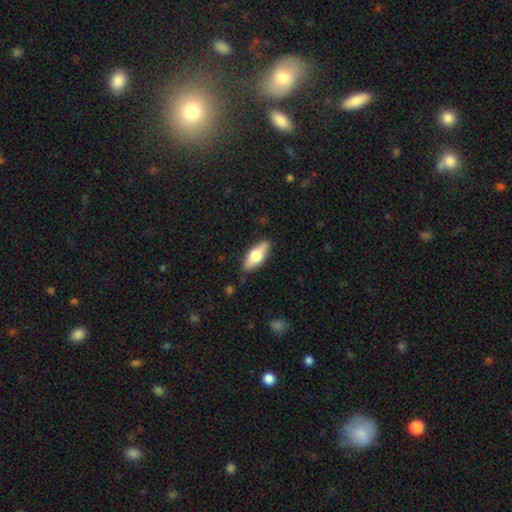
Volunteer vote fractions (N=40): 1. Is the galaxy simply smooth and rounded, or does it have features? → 75% smooth, 22% featured or disk, 2% star or artifact.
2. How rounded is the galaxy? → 87% in between, 10% cigar-shaped, 3% round.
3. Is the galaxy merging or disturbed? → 77% none, 18% minor disturbance, 3% major disturbance, 3% merger.